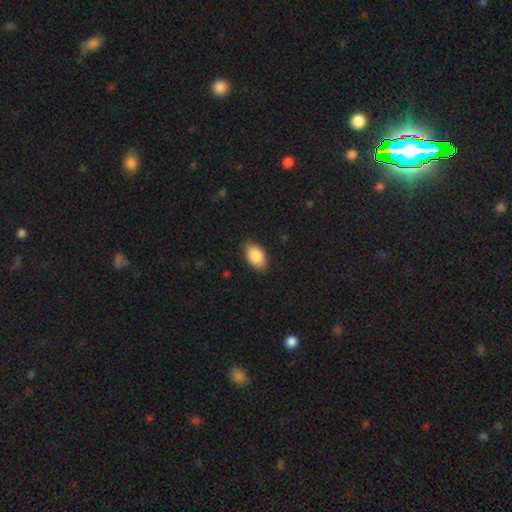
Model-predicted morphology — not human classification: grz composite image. It shows a smooth galaxy with no disk features (88%) that is in between round and cigar-shaped (92%). Merging: none (85%).